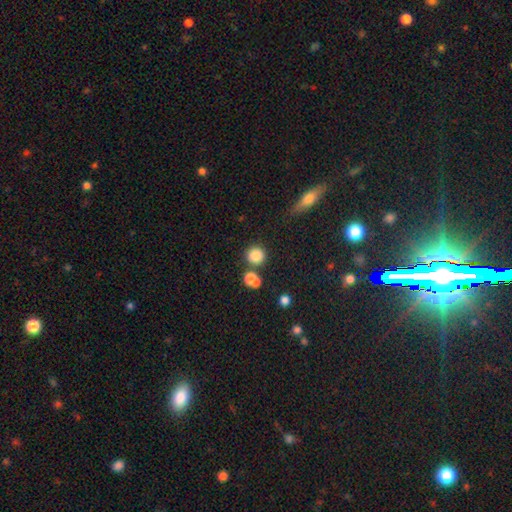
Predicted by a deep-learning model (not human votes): A smooth galaxy with no disk features (83%) that is round (89%). Merging: none (70%).